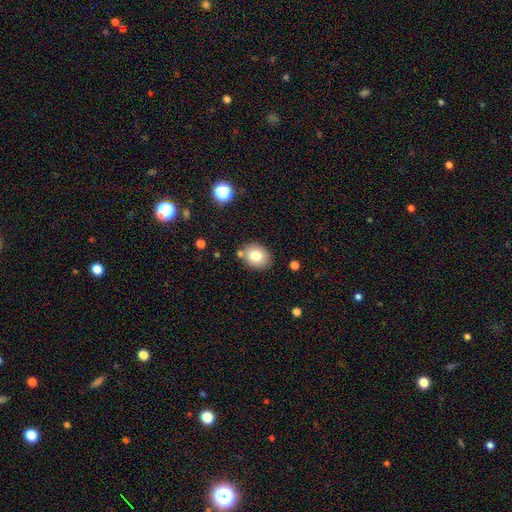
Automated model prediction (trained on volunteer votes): Smooth or featured?
  - smooth: 79% *
  - featured or disk: 11%
  - star or artifact: 10%
How rounded?
  - round: 52% *
  - in between: 47%
  - cigar-shaped: 1%
Merging?
  - none: 79% *
  - minor disturbance: 12%
  - merger: 6%
  - major disturbance: 3%